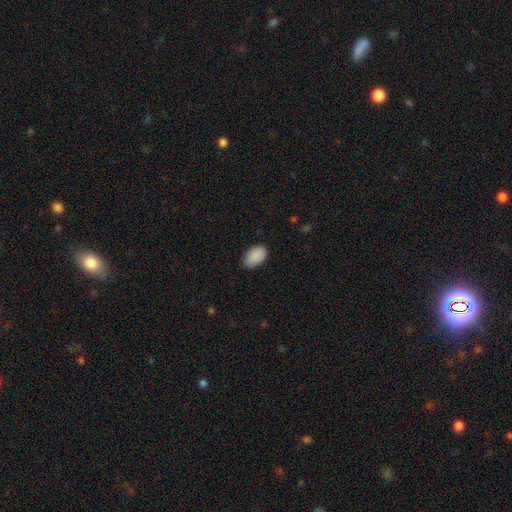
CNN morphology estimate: smooth_or_featured: smooth (p=0.90) [alt: star or artifact p=0.07]
how_rounded: in between (p=0.91) [alt: round p=0.08]
merging: none (p=0.81) [alt: minor disturbance p=0.16]